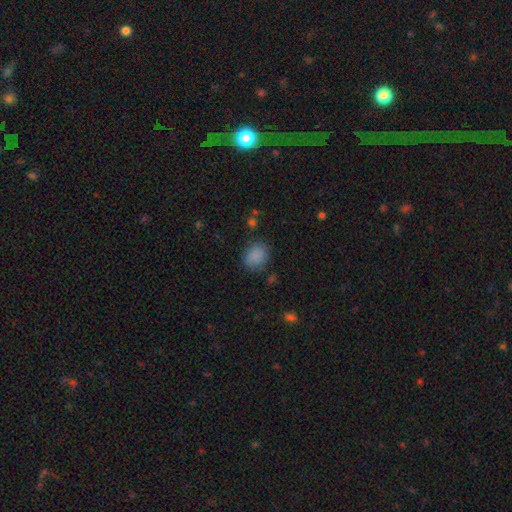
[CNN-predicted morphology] Smooth or featured? smooth (86%)
How rounded? round (57%)
Merging? none (81%)